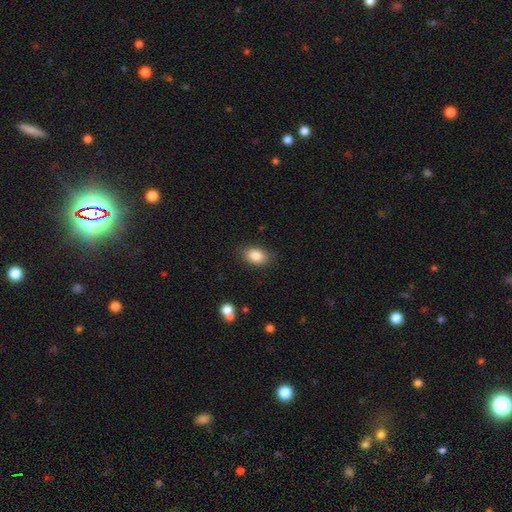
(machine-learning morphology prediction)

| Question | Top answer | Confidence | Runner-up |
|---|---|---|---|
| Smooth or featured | smooth | 85% | star or artifact (8%) |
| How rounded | in between | 83% | round (16%) |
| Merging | none | 85% | minor disturbance (11%) |